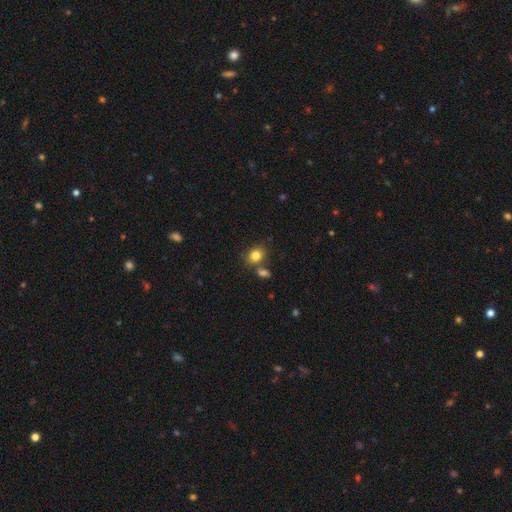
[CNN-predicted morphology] smooth_or_featured: smooth (p=0.82) [alt: star or artifact p=0.11]
how_rounded: in between (p=0.50) [alt: round p=0.49]
merging: none (p=0.68) [alt: merger p=0.16]